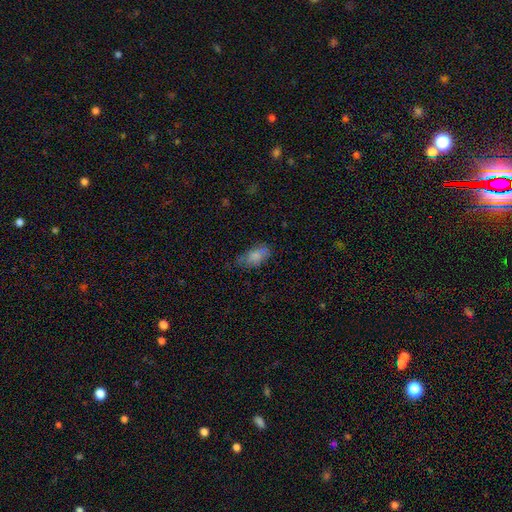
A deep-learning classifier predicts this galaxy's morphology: The model was most divided on "merging": none: 62%, minor disturbance: 27%, major disturbance: 9%, merger: 2%. More confident: how rounded — in between (90%); smooth or featured — smooth (80%).